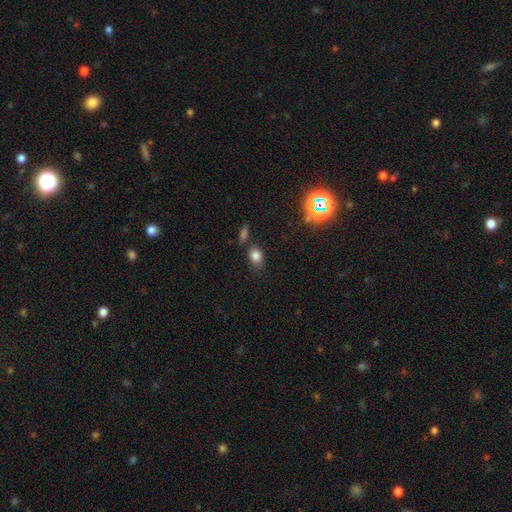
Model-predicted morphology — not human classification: The model was most divided on "how rounded": in between: 69%, round: 30%, cigar-shaped: 2%. More confident: smooth or featured — smooth (79%); merging — none (72%).